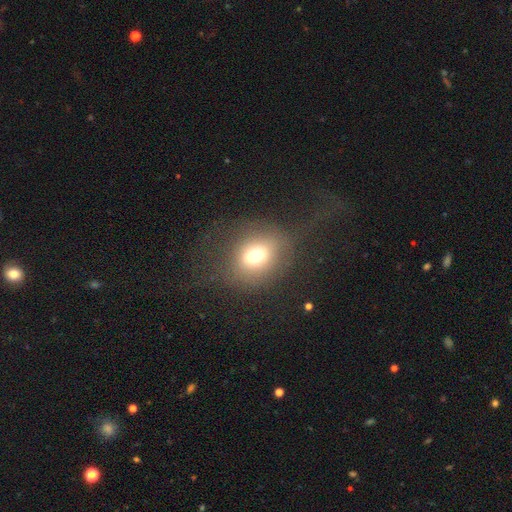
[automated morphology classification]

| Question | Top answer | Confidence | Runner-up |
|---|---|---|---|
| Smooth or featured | smooth | 69% | star or artifact (16%) |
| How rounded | round | 69% | in between (29%) |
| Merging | none | 68% | major disturbance (16%) |